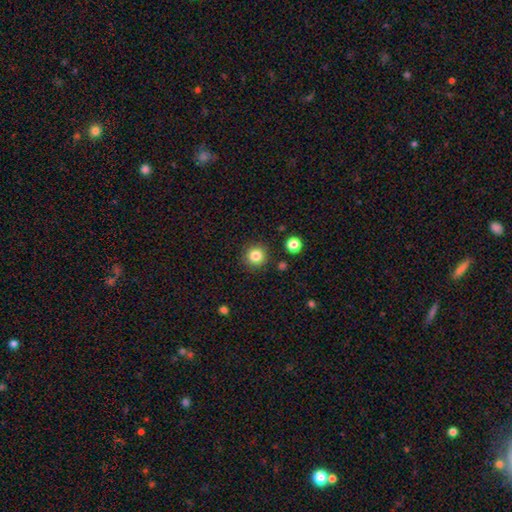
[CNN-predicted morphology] Smooth or featured? smooth (84%)
How rounded? round (94%)
Merging? none (89%)